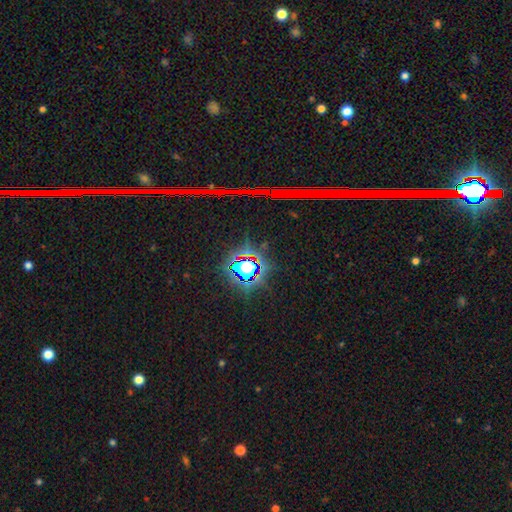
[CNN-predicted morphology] This appears to be a star or artifact, not a galaxy (83%).